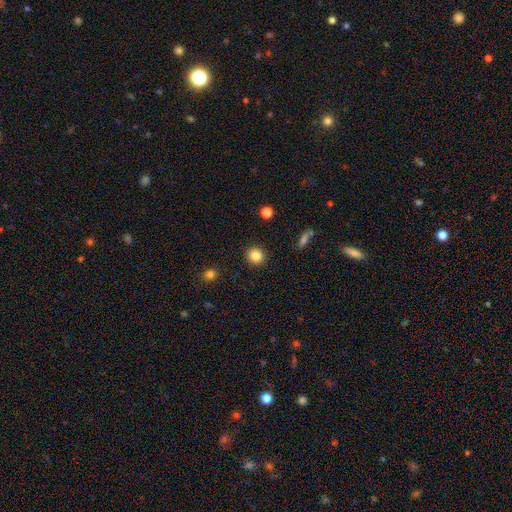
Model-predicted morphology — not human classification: A smooth galaxy with no disk features (85%) that is round (88%).

Vote fractions:
- Smooth or featured? smooth: 85% / star or artifact: 10% / featured or disk: 5%
- How rounded? round: 88% / in between: 11% / cigar-shaped: 1%
- Merging? none: 91% / minor disturbance: 5% / major disturbance: 2% / merger: 1%